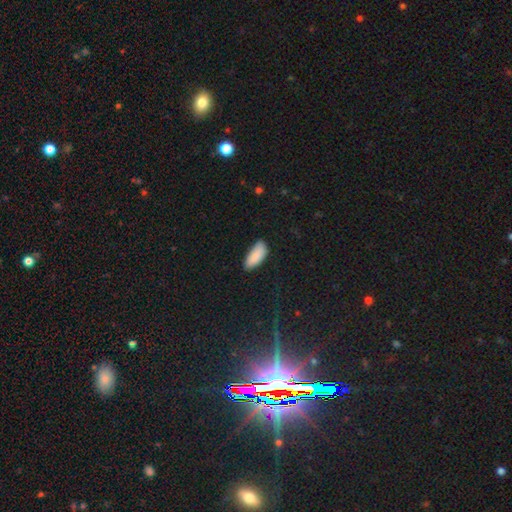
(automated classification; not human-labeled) Overall: smooth (89%). How rounded: in between (87%). Merging: none (73%).